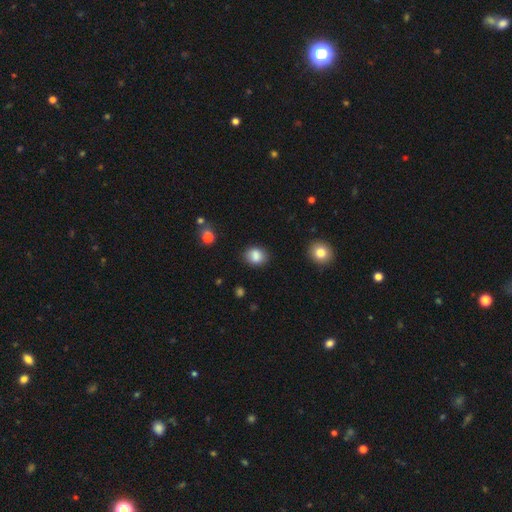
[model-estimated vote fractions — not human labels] Q: Smooth or featured?
A: smooth (85%); runner-up: star or artifact (9%)
Q: How rounded?
A: round (56%); runner-up: in between (43%)
Q: Merging?
A: none (80%); runner-up: minor disturbance (14%)